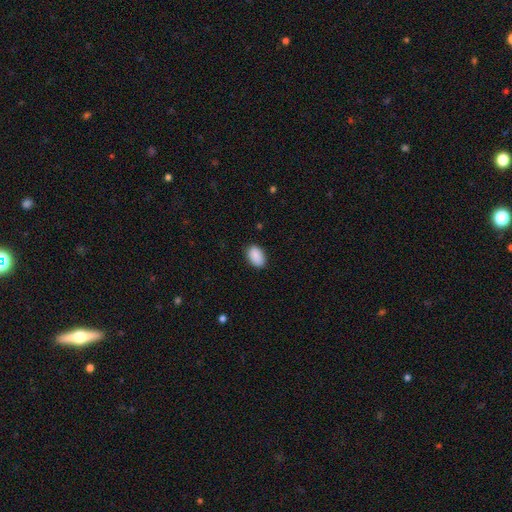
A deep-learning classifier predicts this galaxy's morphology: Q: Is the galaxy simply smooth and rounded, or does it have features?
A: smooth — 90%.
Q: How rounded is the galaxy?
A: in between — 91%.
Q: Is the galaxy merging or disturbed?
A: none — 86%.